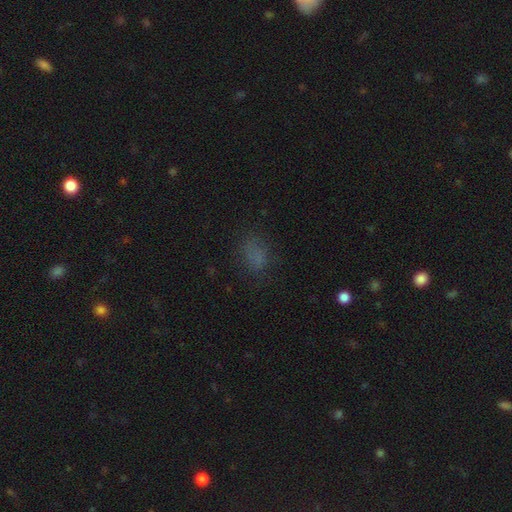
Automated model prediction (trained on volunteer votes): smooth_or_featured: smooth (p=0.67) [alt: star or artifact p=0.21]
how_rounded: in between (p=0.73) [alt: round p=0.24]
merging: none (p=0.65) [alt: minor disturbance p=0.20]